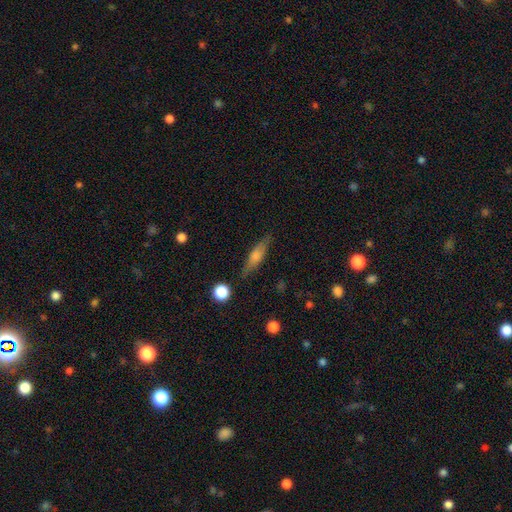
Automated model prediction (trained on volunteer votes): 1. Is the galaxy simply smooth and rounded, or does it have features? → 50% smooth, 42% featured or disk, 8% star or artifact.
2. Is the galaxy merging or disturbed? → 85% none, 11% minor disturbance, 3% major disturbance, 2% merger.